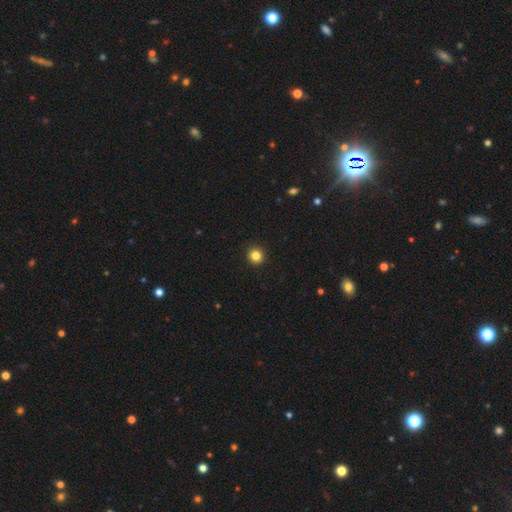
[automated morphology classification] A smooth galaxy with no disk features (84%) that is round (94%). Merging: none (93%).